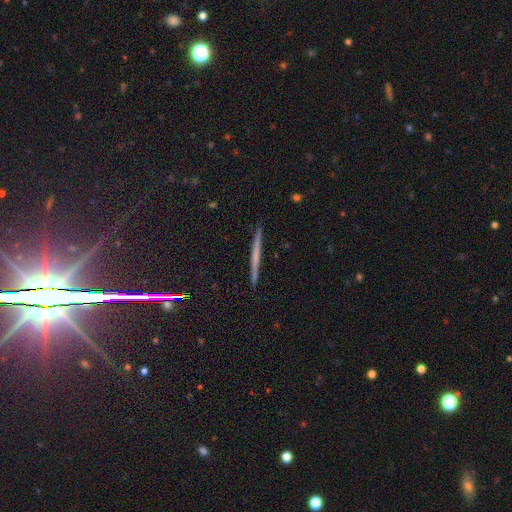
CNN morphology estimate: The model was most divided on "smooth or featured": featured or disk: 47%, smooth: 39%, star or artifact: 14%. More confident: merging — none (92%).